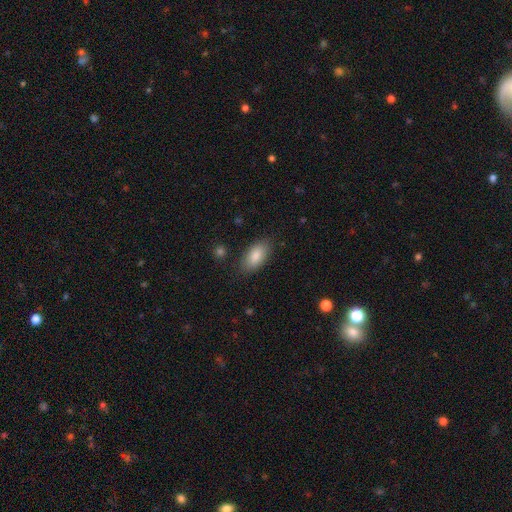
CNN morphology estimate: The model was most divided on "merging": none: 83%, minor disturbance: 12%, major disturbance: 3%, merger: 2%. More confident: how rounded — in between (91%); smooth or featured — smooth (86%).